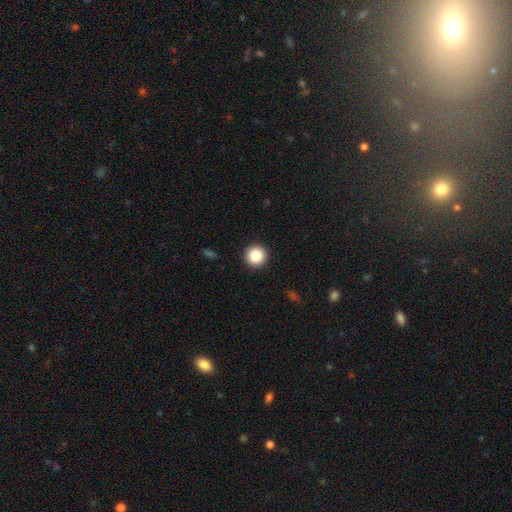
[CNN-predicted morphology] type=smooth (87%); roundness=round (96%); merging=none (93%).